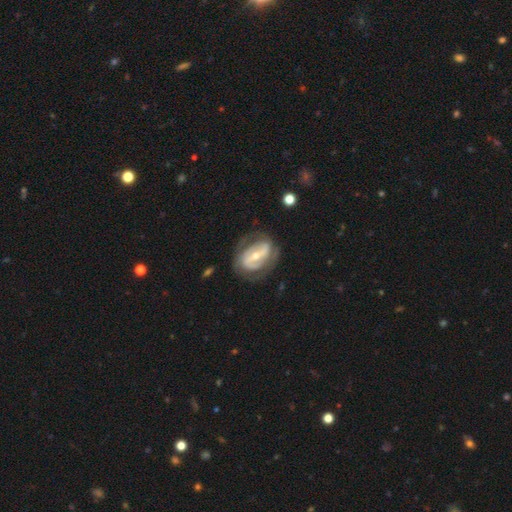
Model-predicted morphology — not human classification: A featured or disk galaxy (81%) with a strong bar (57%), 2 (71%) tight (44%) spiral arms (76%) and a moderate central bulge (48%, tied with small).

Vote fractions:
- Smooth or featured? featured or disk: 81% / smooth: 14% / star or artifact: 5%
- Edge-on disk? no: 95% / yes: 5%
- Bar? strong: 57% / weak: 27% / no: 16%
- Spiral arms? yes: 76% / no: 24%
- Spiral winding? tight: 44% / medium: 38% / loose: 18%
- Spiral arm count? 2: 71% / can't tell: 18% / 3: 4% / 1: 4% / 4: 1% / more than 4: 1%
- Bulge size? moderate: 48% (tied) / small: 48% (tied) / large: 2% / none: 1% / dominant: 1%
- Merging? none: 68% / minor disturbance: 18% / major disturbance: 12% / merger: 2%